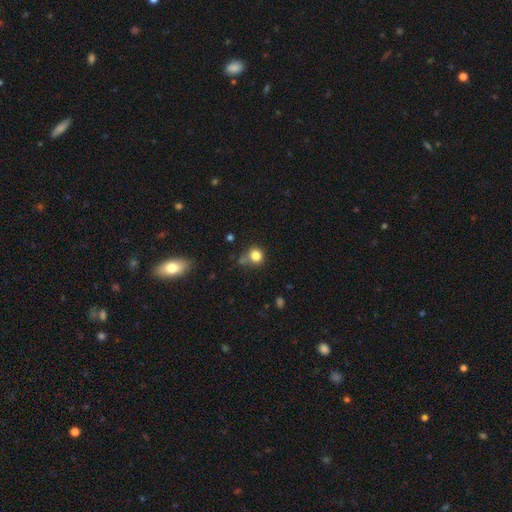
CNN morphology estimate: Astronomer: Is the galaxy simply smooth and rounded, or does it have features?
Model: smooth — 82%.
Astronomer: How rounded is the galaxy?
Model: round — 83%.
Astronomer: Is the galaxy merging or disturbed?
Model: none — 64%.